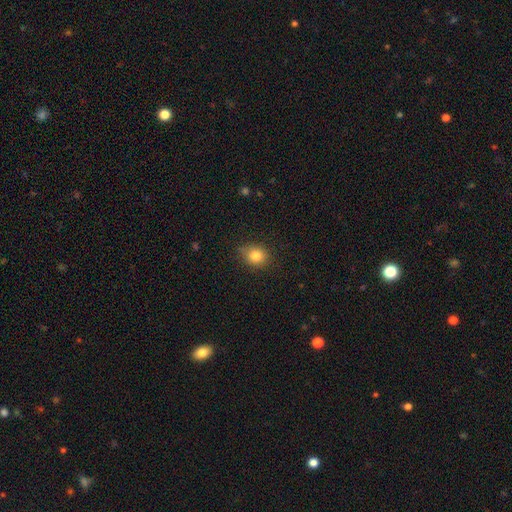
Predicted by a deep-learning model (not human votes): smooth-or-featured: smooth: 82% | star or artifact: 11% | featured or disk: 7%
  how-rounded: round: 64% | in between: 35% | cigar-shaped: 1%
  merging: none: 80% | minor disturbance: 16% | major disturbance: 3% | merger: 1%